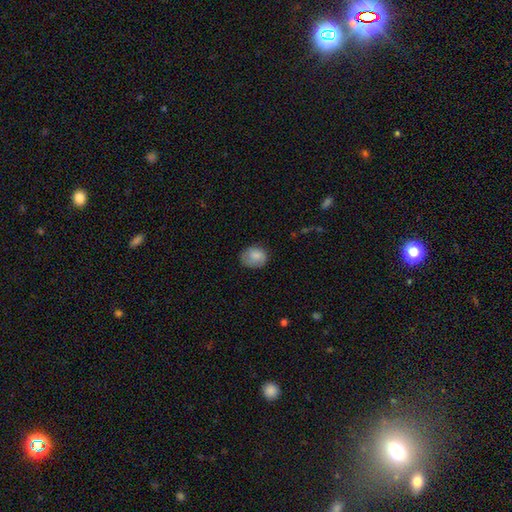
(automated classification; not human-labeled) Q: Smooth or featured?
A: smooth (82%); runner-up: featured or disk (11%)
Q: How rounded?
A: round (53%); runner-up: in between (47%)
Q: Merging?
A: none (66%); runner-up: minor disturbance (25%)